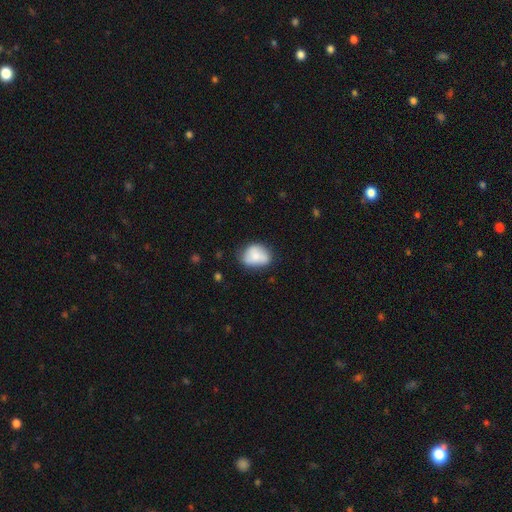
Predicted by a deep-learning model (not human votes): Smooth or featured? Predicted: smooth (p=0.70). How rounded? Predicted: in between (p=0.65). Merging? Predicted: none (p=0.56).